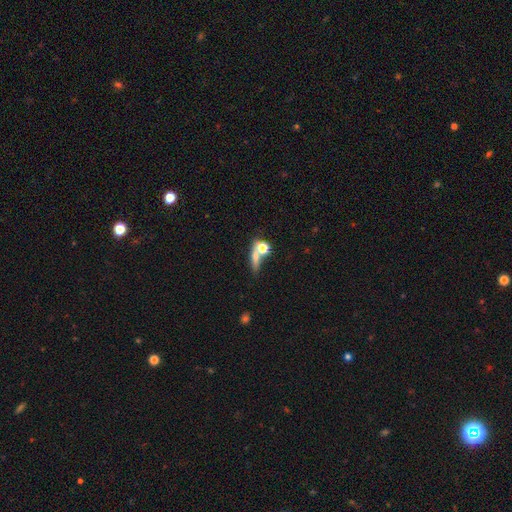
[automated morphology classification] A smooth galaxy with no disk features (60%) that is cigar-shaped (37%). Merging: none (44%).